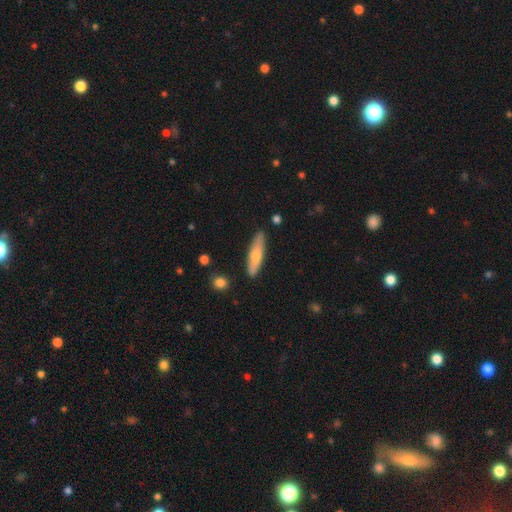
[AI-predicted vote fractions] Overall: smooth (62%; featured or disk 33%). How rounded: cigar-shaped (75%). Merging: none (87%).